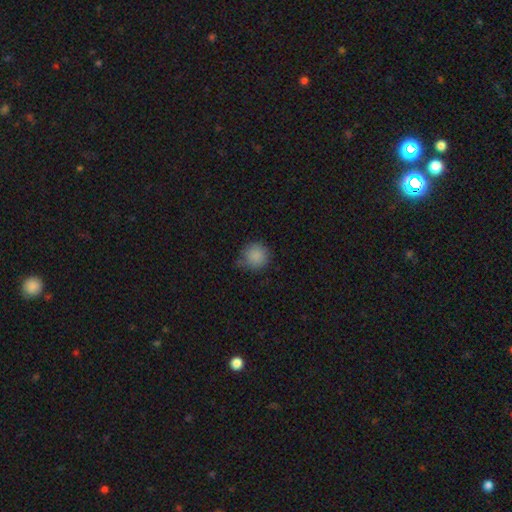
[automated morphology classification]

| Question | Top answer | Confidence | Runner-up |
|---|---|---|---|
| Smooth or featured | smooth | 86% | star or artifact (9%) |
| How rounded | round | 92% | in between (7%) |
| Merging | none | 67% | minor disturbance (25%) |